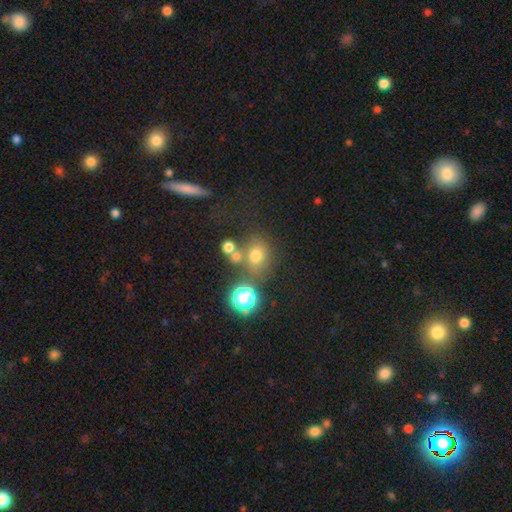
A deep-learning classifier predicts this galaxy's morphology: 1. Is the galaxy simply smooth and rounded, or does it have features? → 65% smooth, 24% star or artifact, 11% featured or disk.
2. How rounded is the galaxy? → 67% round, 31% in between, 1% cigar-shaped.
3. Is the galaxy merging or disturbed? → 63% none, 19% merger, 12% minor disturbance, 6% major disturbance.